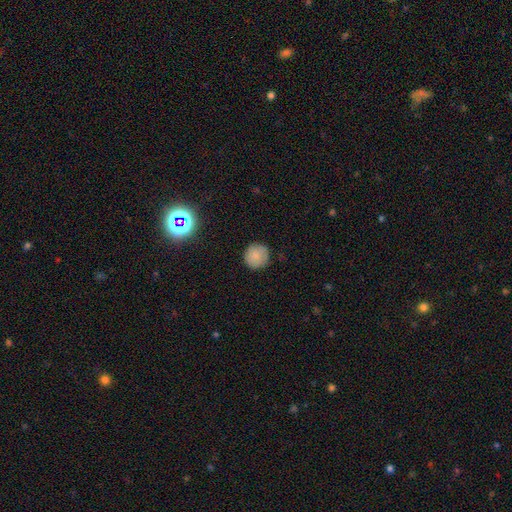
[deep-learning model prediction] A smooth galaxy with no disk features (83%) that is round (94%).

Vote fractions:
- Smooth or featured? smooth: 83% / star or artifact: 10% / featured or disk: 7%
- How rounded? round: 94% / in between: 5% / cigar-shaped: 1%
- Merging? none: 87% / minor disturbance: 10% / major disturbance: 2% / merger: 1%